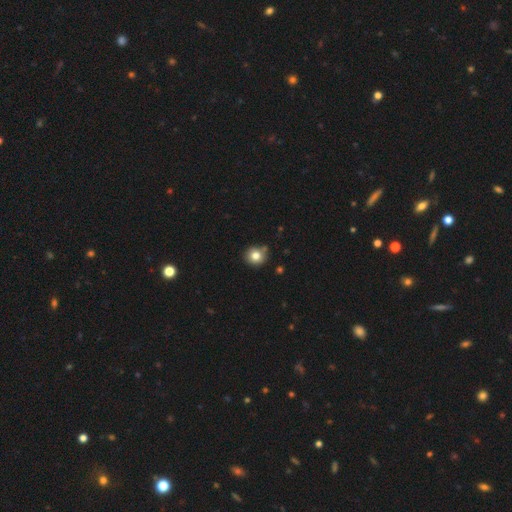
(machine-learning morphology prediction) A smooth galaxy with no disk features (80%) that is round (89%). Merging: none (77%).